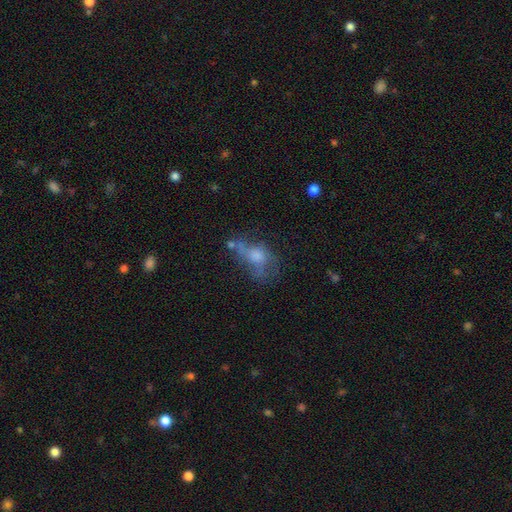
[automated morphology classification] Q: Smooth or featured?
A: featured or disk (44%); runner-up: smooth (42%)
Q: Merging?
A: major disturbance (35%); runner-up: none (33%)